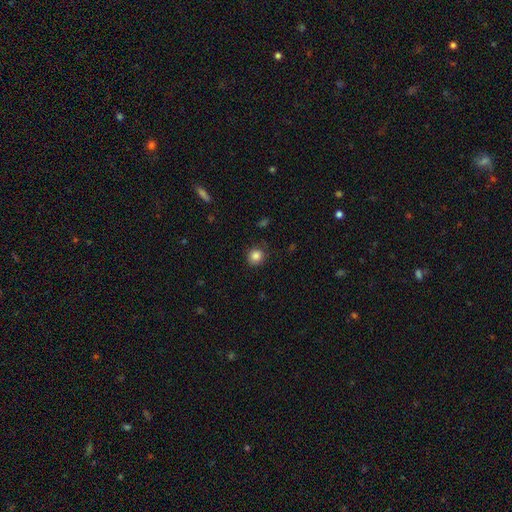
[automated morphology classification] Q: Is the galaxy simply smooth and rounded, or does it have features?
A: smooth — 85%.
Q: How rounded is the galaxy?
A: round — 89%.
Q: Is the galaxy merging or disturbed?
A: none — 86%.